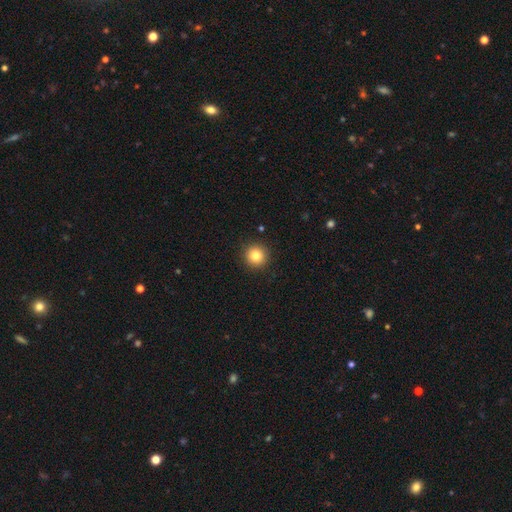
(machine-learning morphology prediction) type=smooth (82%); roundness=round (95%); merging=none (92%).